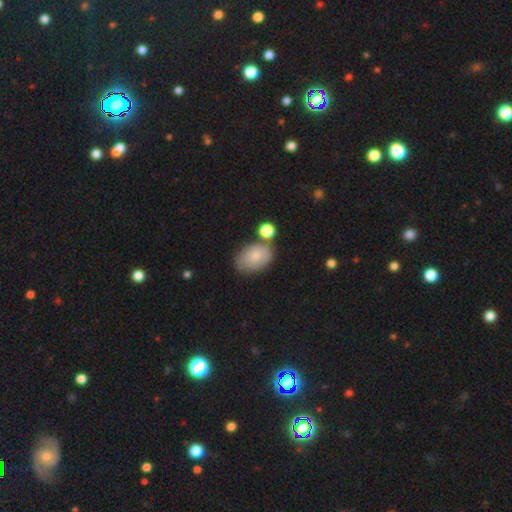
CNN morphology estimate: smooth-or-featured: smooth: 71% | featured or disk: 20% | star or artifact: 9%
  how-rounded: in between: 80% | round: 19% | cigar-shaped: 1%
  merging: none: 60% | minor disturbance: 23% | merger: 11% | major disturbance: 6%